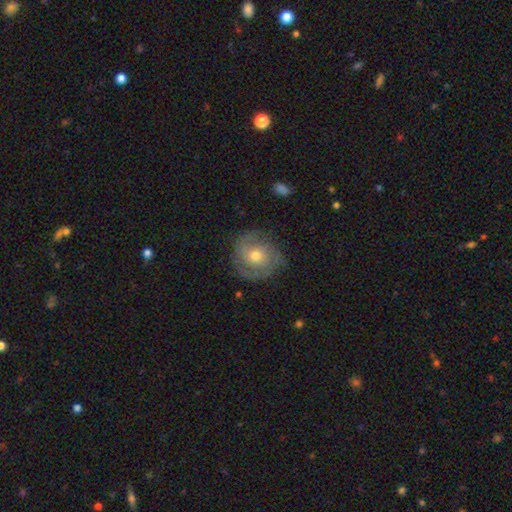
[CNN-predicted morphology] Smooth or featured? Predicted: featured or disk (p=0.66). Edge-on disk? Predicted: no (p=0.97). Bar? Predicted: no (p=0.78). Spiral arms? Predicted: yes (p=0.86). Spiral winding? Predicted: tight (p=0.55). Spiral arm count? Predicted: 2 (p=0.36). Bulge size? Predicted: moderate (p=0.67). Merging? Predicted: none (p=0.74).